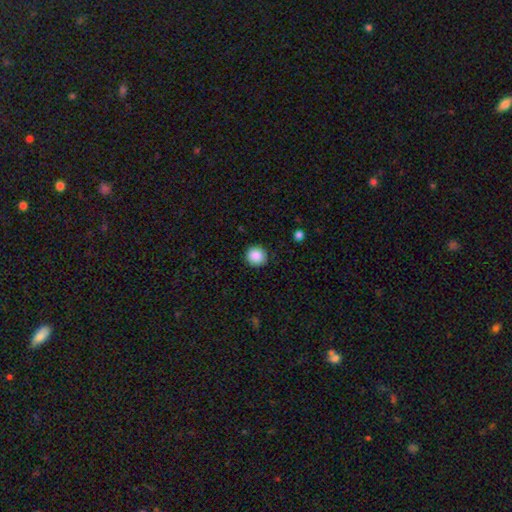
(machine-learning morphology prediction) Smooth or featured: smooth — 88% (star or artifact — 9%)
How rounded: round — 92% (in between — 7%)
Merging: none — 91% (minor disturbance — 6%)